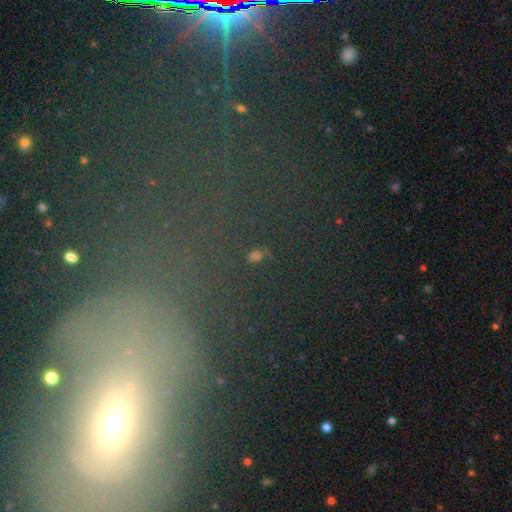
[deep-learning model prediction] This is likely a star or artifact rather than a galaxy (63%).